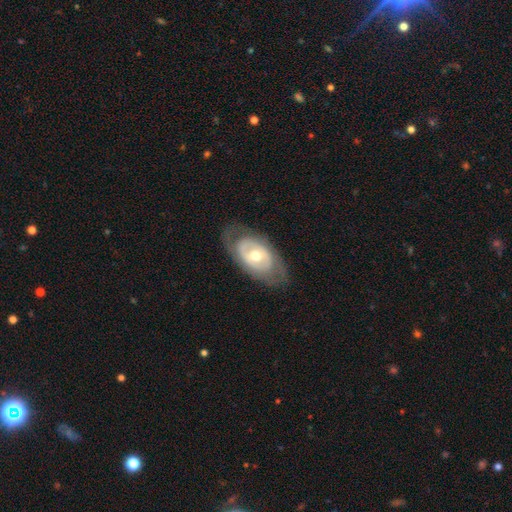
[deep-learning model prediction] A featured or disk galaxy (67%) with no bar (72%), no spiral arms (58%) and a moderate central bulge (68%).

Vote fractions:
- Smooth or featured? featured or disk: 67% / smooth: 28% / star or artifact: 5%
- Edge-on disk? no: 91% / yes: 9%
- Bar? no: 72% / weak: 21% / strong: 7%
- Spiral arms? no: 58% / yes: 42%
- Bulge size? moderate: 68% / small: 24% / large: 6% / dominant: 1% / none: 1%
- Merging? none: 73% / minor disturbance: 17% / major disturbance: 9% / merger: 1%